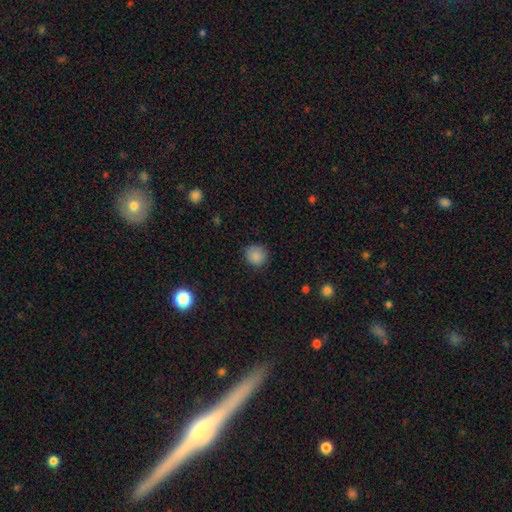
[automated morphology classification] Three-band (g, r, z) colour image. It shows a smooth galaxy with no disk features (87%) that is round (89%). Merging: none (86%).